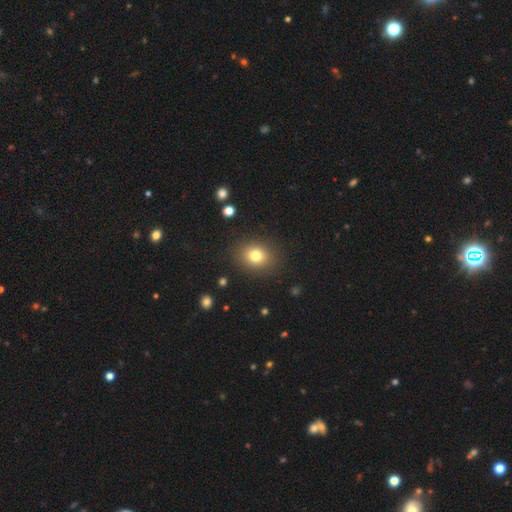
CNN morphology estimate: Smooth or featured? smooth (78%)
How rounded? round (60%)
Merging? none (88%)